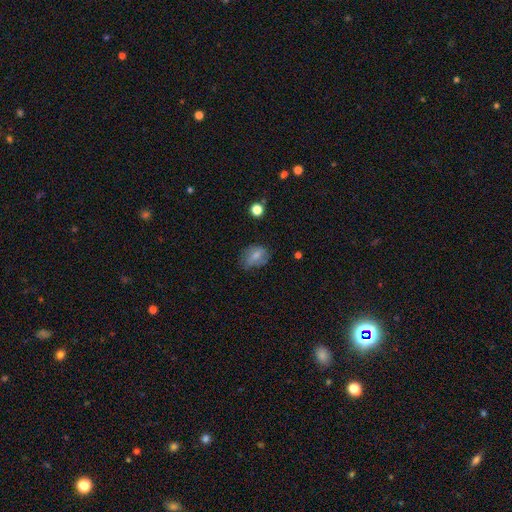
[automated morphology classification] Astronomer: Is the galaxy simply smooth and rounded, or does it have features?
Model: smooth — 66%.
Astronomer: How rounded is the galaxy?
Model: in between — 72%.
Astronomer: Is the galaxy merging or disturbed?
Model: none — 51% (runner-up: minor disturbance, 33%).